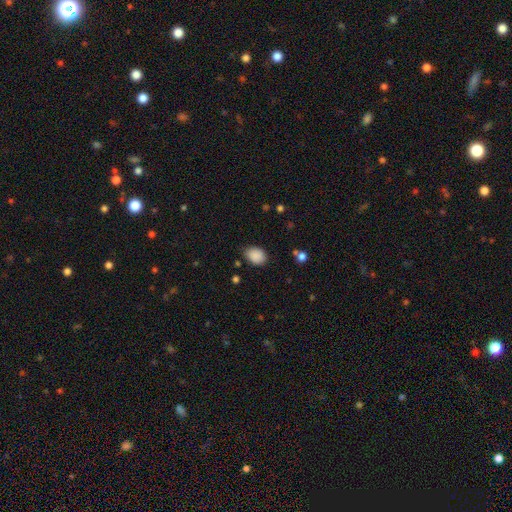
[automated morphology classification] smooth 88%, star or artifact 8%, featured or disk 4%. Down the decision tree: how rounded — in between (68%); merging — none (73%).